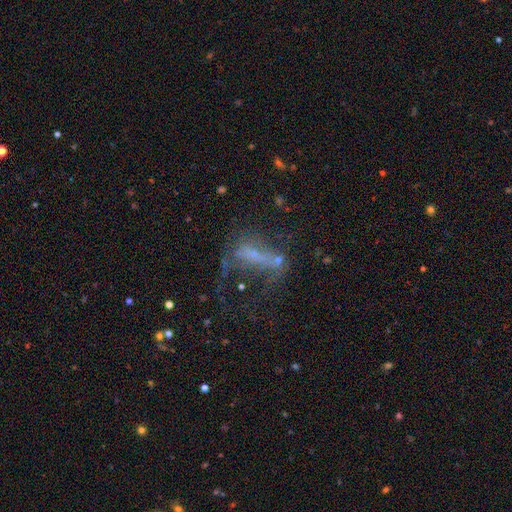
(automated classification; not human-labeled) A featured or disk galaxy (50%). Merging: major disturbance (43%).